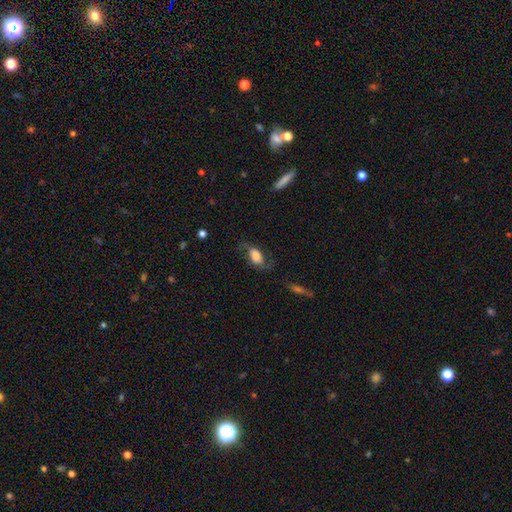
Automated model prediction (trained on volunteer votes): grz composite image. It shows a smooth galaxy with no disk features (52%) that is in between round and cigar-shaped (87%). Merging: none (58%).